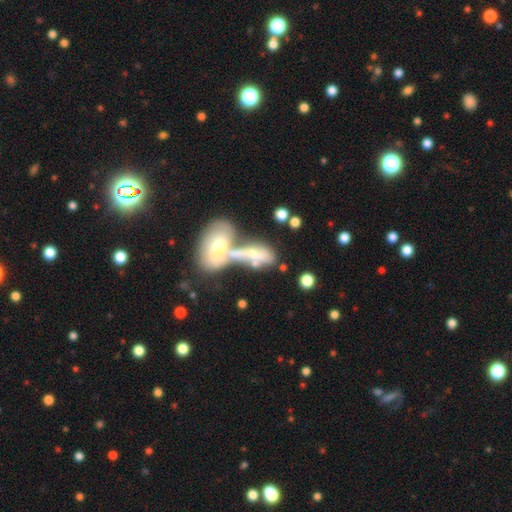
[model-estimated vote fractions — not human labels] Q: Smooth or featured?
A: smooth (53%); runner-up: featured or disk (38%)
Q: How rounded?
A: in between (71%); runner-up: cigar-shaped (21%)
Q: Merging?
A: merger (65%); runner-up: none (17%)